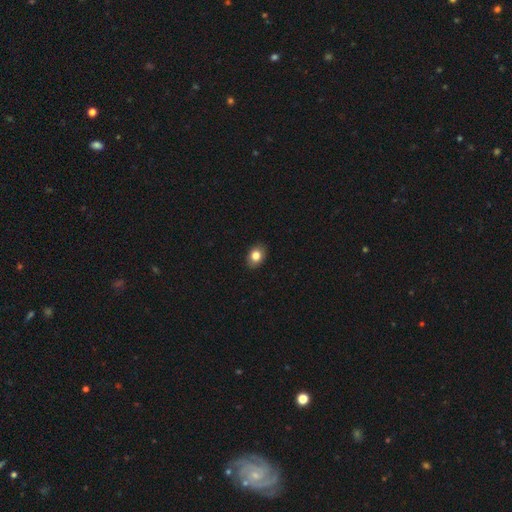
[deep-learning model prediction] This appears to be a smooth galaxy with no disk features (81%) that is in between round and cigar-shaped (73%). Merging: none (88%).